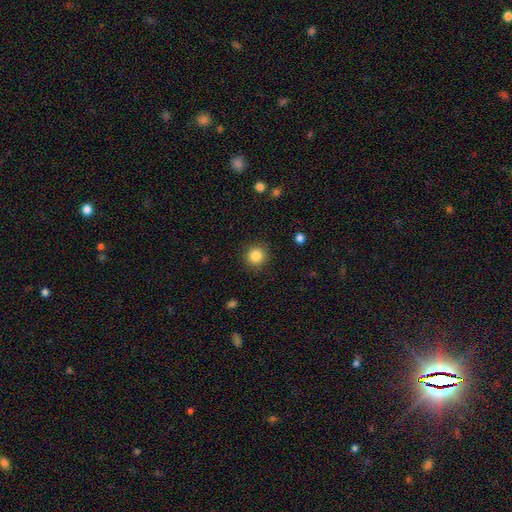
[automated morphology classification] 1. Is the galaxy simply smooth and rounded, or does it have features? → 86% smooth, 10% star or artifact, 4% featured or disk.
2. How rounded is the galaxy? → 93% round, 6% in between, 1% cigar-shaped.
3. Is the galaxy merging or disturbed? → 90% none, 7% minor disturbance, 3% major disturbance, 1% merger.